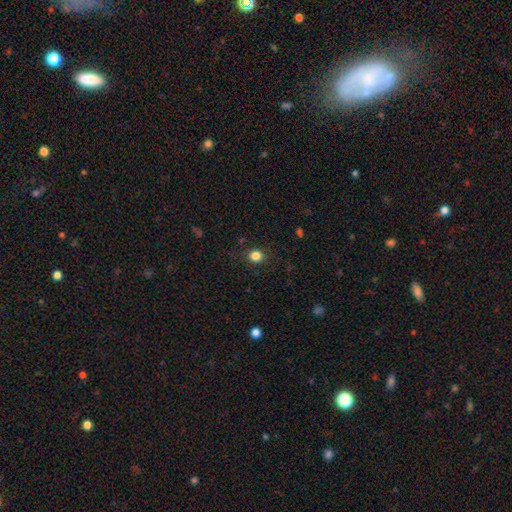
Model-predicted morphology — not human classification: This appears to be a smooth galaxy with no disk features (83%) that is round (79%). Merging: none (86%).